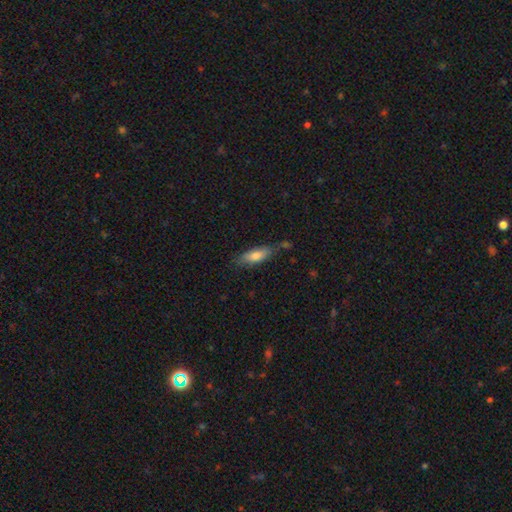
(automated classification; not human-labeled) The model was most divided on "how rounded": in between: 52%, cigar-shaped: 46%, round: 2%. More confident: merging — none (74%); smooth or featured — smooth (72%).